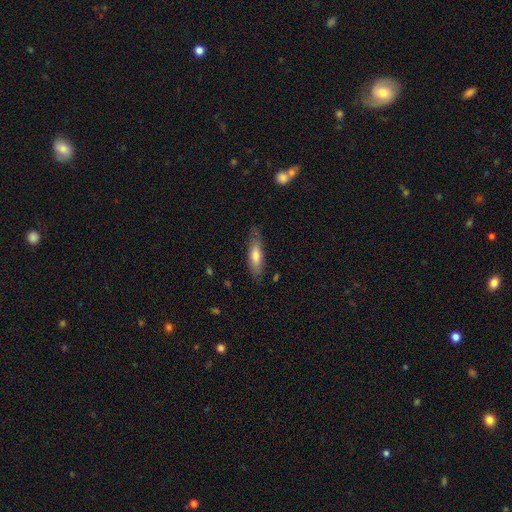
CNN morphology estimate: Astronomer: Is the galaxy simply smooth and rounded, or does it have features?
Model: smooth — 68%.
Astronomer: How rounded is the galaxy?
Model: cigar-shaped — 55% (runner-up: in between, 44%).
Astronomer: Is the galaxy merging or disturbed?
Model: none — 77%.